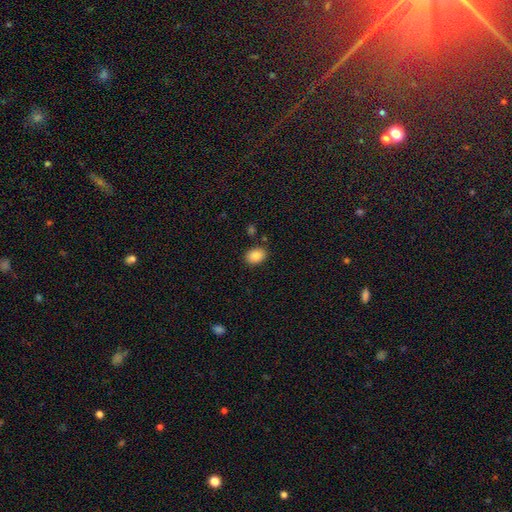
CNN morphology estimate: A smooth galaxy with no disk features (86%) that is in between round and cigar-shaped (76%).

Vote fractions:
- Smooth or featured? smooth: 86% / star or artifact: 8% / featured or disk: 5%
- How rounded? in between: 76% / round: 23% / cigar-shaped: 1%
- Merging? none: 86% / minor disturbance: 9% / merger: 3% / major disturbance: 2%